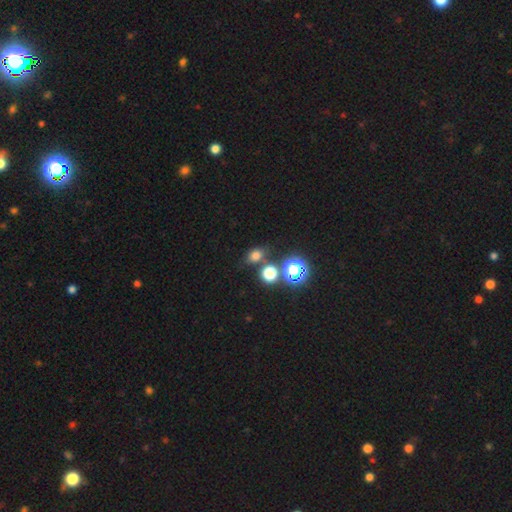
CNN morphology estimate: This is likely a smooth galaxy (69%). How rounded: possibly in between (50%). Merging: likely none (71%).